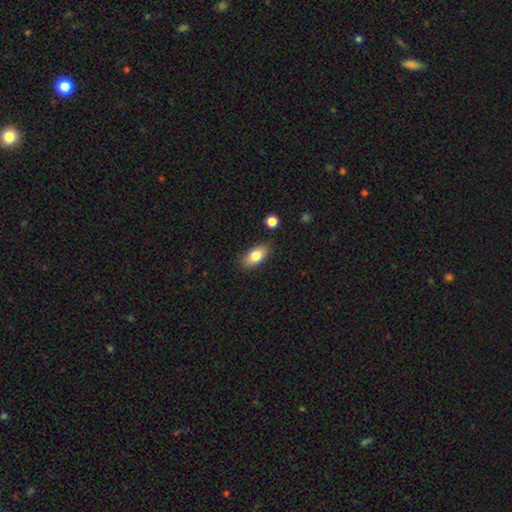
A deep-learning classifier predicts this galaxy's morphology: Smooth or featured? smooth (81%)
How rounded? in between (89%)
Merging? none (83%)